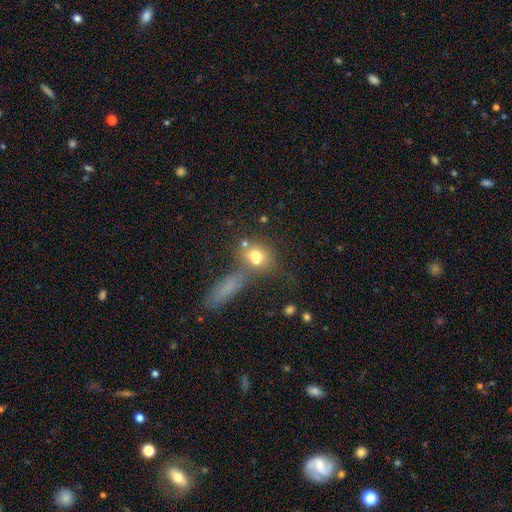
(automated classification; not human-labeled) smooth_or_featured: smooth (p=0.65) [alt: featured or disk p=0.19]
how_rounded: in between (p=0.46) [alt: round p=0.45]
merging: none (p=0.42) [alt: merger p=0.40]